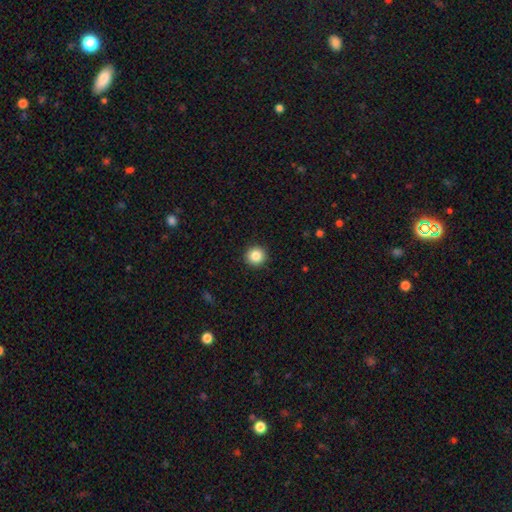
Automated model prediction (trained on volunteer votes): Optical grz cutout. It shows a smooth galaxy with no disk features (85%) that is round (95%). Merging: none (93%).